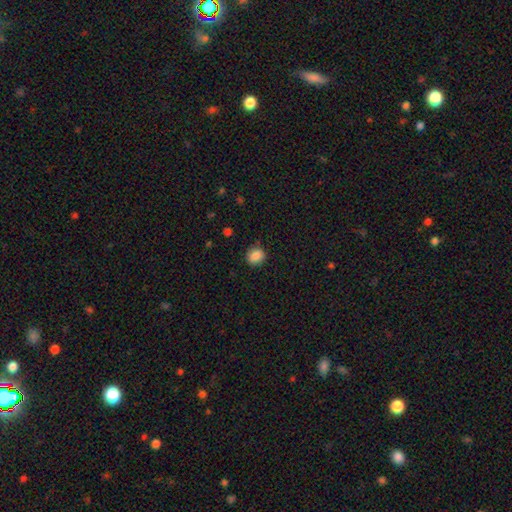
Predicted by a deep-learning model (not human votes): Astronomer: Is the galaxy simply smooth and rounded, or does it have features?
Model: smooth — 87%.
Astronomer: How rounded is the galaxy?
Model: round — 72%.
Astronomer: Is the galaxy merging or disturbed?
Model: none — 85%.